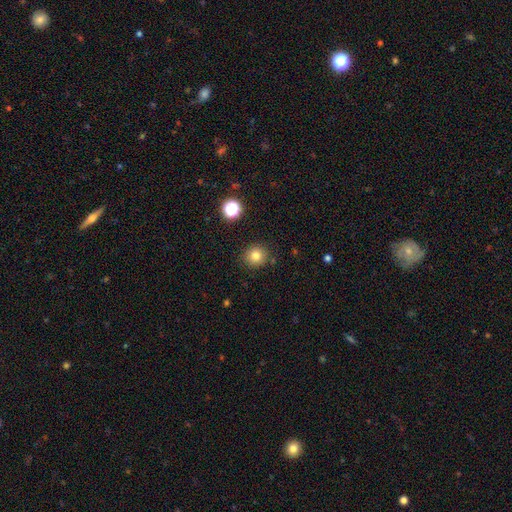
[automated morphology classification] A smooth galaxy with no disk features (80%) that is round (91%).

Vote fractions:
- Smooth or featured? smooth: 80% / star or artifact: 13% / featured or disk: 7%
- How rounded? round: 91% / in between: 8% / cigar-shaped: 1%
- Merging? none: 88% / minor disturbance: 7% / merger: 2% / major disturbance: 2%